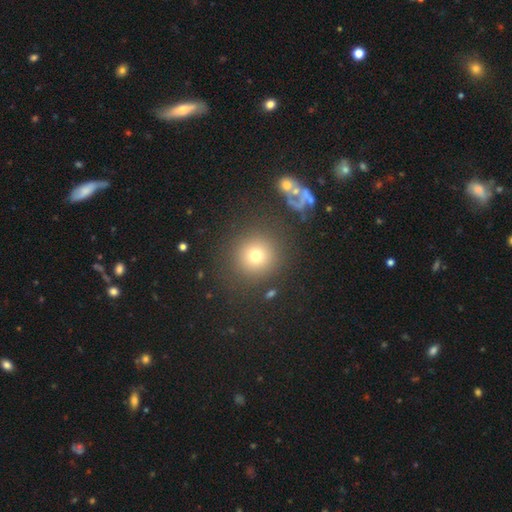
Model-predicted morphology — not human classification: The model was most divided on "smooth or featured": smooth: 74%, star or artifact: 15%, featured or disk: 11%. More confident: how rounded — round (94%); merging — none (84%).